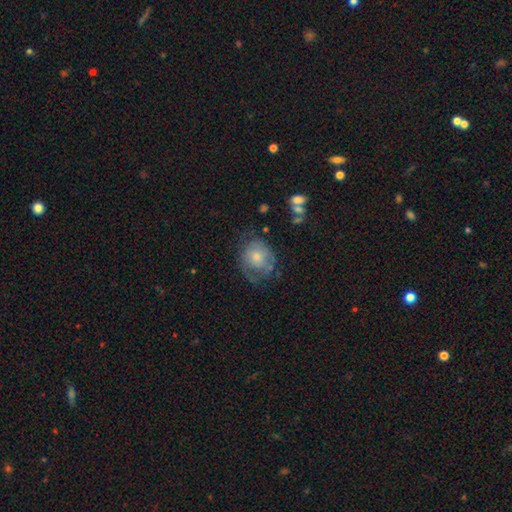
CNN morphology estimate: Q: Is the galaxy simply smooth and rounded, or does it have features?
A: featured or disk — 48%.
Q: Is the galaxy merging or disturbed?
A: none — 57%.